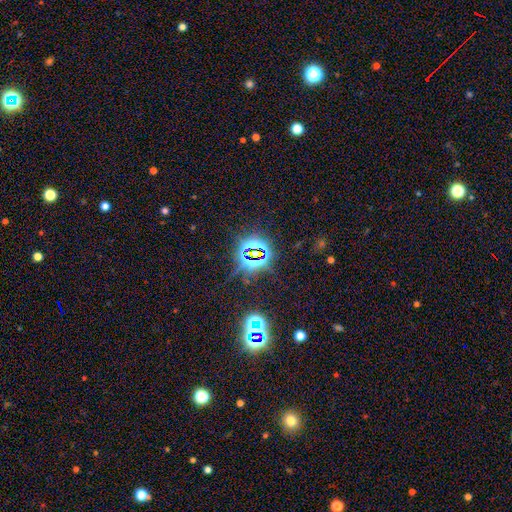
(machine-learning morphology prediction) This is clearly a star or artifact rather than a galaxy (83%).